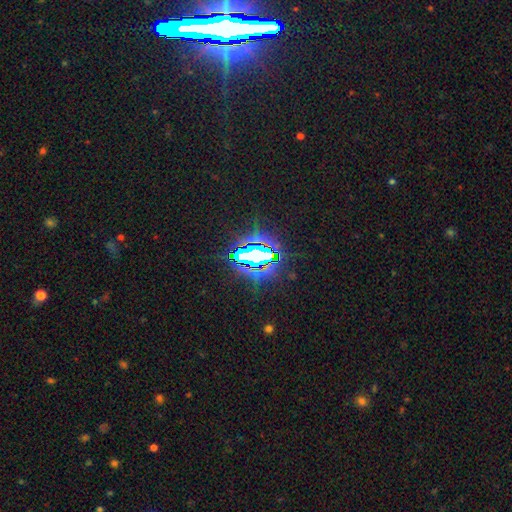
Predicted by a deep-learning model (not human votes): This appears to be a star or artifact, not a galaxy (77%).